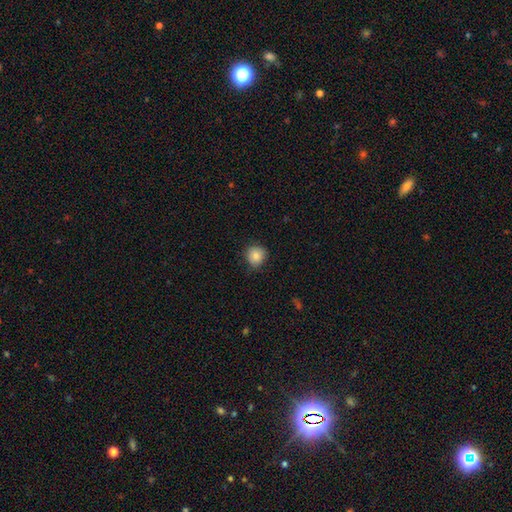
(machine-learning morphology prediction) A smooth galaxy with no disk features (83%) that is round (89%). Merging: none (81%).